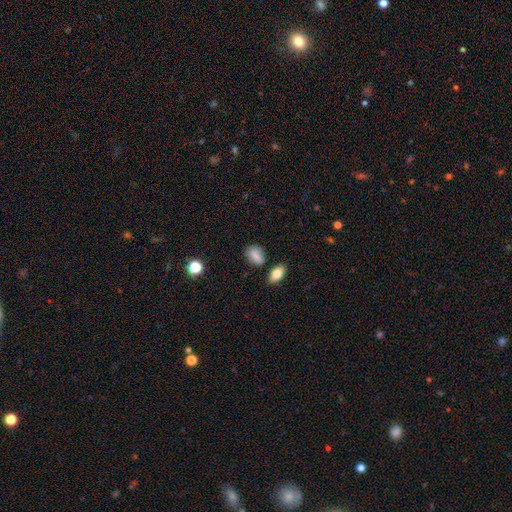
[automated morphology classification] Overall: smooth (82%). How rounded: in between (72%). Merging: none (71%).